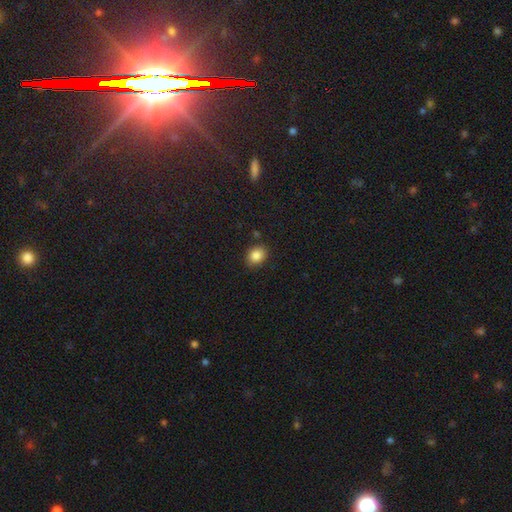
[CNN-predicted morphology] Overall: smooth (85%). How rounded: in between (50%; round 49%). Merging: none (86%).